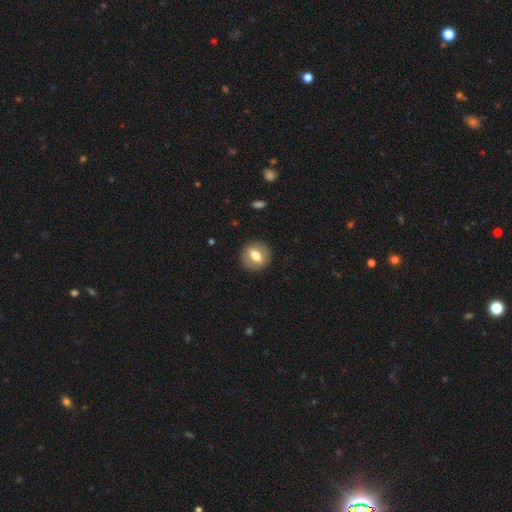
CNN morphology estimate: smooth_or_featured: smooth (p=0.65) [alt: featured or disk p=0.27]
how_rounded: round (p=0.71) [alt: in between p=0.27]
merging: none (p=0.87) [alt: minor disturbance p=0.09]